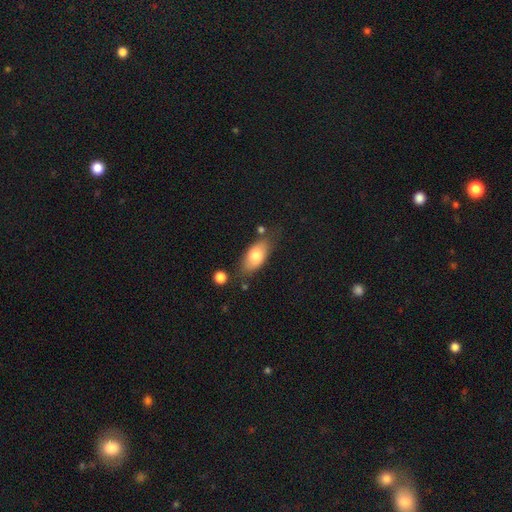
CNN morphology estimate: Smooth or featured? smooth (75%)
How rounded? in between (87%)
Merging? none (69%)